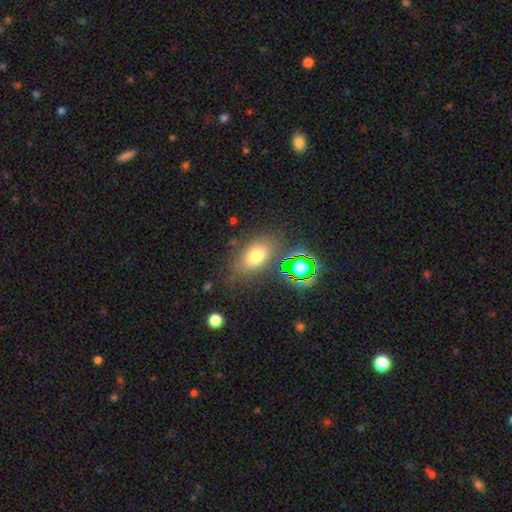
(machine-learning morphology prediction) A smooth galaxy with no disk features (70%) that is in between round and cigar-shaped (81%).

Vote fractions:
- Smooth or featured? smooth: 70% / star or artifact: 17% / featured or disk: 13%
- How rounded? in between: 81% / round: 16% / cigar-shaped: 3%
- Merging? none: 75% / minor disturbance: 14% / major disturbance: 6% / merger: 5%